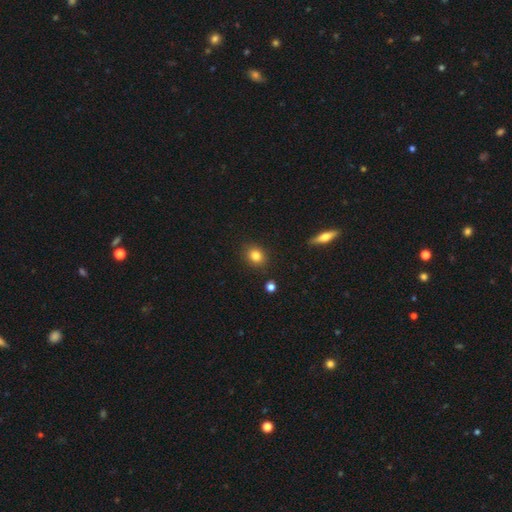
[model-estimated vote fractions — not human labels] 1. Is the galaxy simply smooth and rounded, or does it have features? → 82% smooth, 11% star or artifact, 7% featured or disk.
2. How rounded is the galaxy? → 62% round, 37% in between, 1% cigar-shaped.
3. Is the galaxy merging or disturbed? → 88% none, 8% minor disturbance, 2% major disturbance, 2% merger.